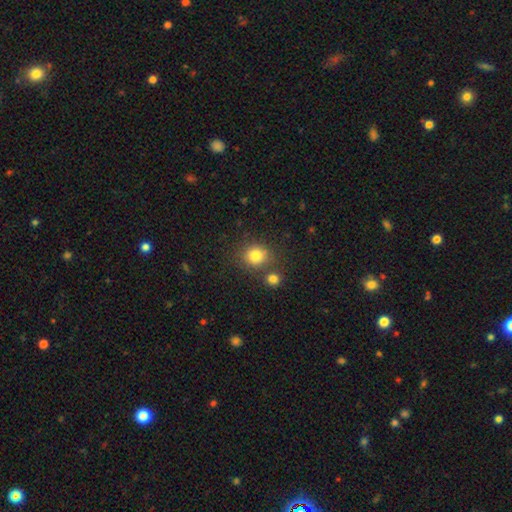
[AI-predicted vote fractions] smooth_or_featured: smooth (p=0.81) [alt: star or artifact p=0.12]
how_rounded: round (p=0.81) [alt: in between p=0.18]
merging: none (p=0.70) [alt: merger p=0.16]